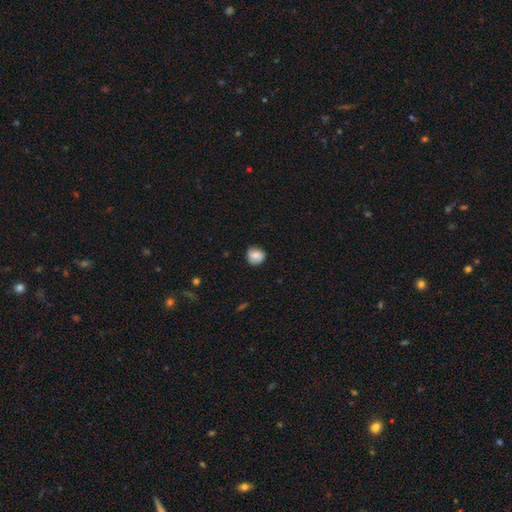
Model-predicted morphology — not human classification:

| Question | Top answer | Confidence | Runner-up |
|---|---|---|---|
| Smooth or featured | smooth | 80% | featured or disk (11%) |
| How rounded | round | 82% | in between (17%) |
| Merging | none | 81% | minor disturbance (15%) |